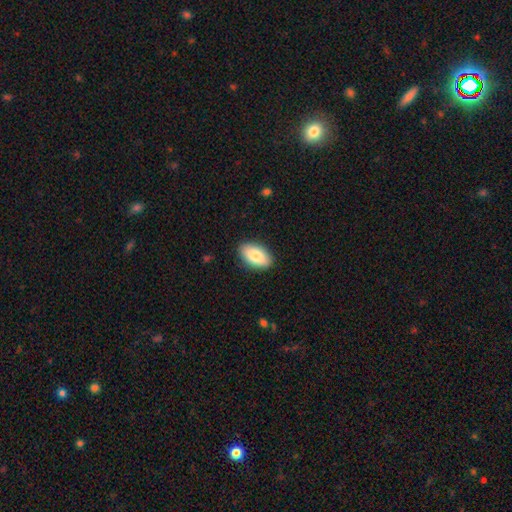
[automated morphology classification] Smooth or featured? Predicted: smooth (p=0.84). How rounded? Predicted: in between (p=0.94). Merging? Predicted: none (p=0.88).